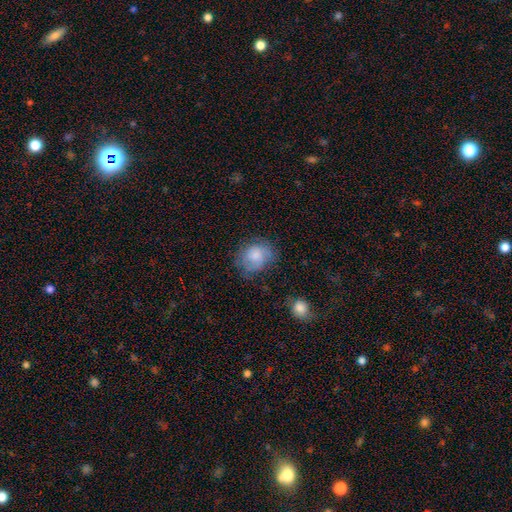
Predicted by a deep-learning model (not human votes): smooth-or-featured: smooth: 68% | featured or disk: 23% | star or artifact: 8%
  how-rounded: round: 65% | in between: 34% | cigar-shaped: 1%
  merging: none: 60% | minor disturbance: 26% | major disturbance: 12% | merger: 2%